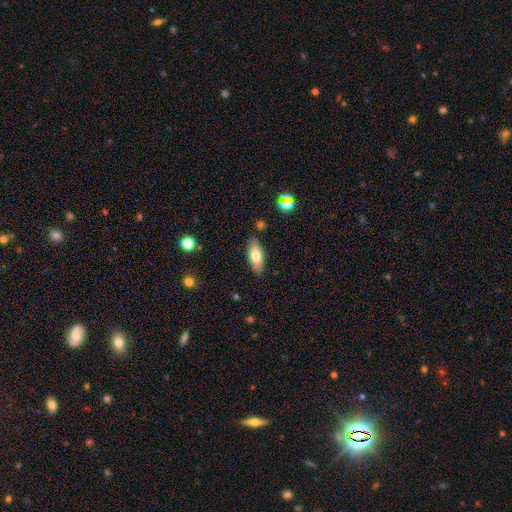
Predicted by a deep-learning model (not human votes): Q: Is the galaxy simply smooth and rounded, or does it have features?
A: smooth — 69%.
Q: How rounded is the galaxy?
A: in between — 79%.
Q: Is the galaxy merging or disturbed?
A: none — 83%.